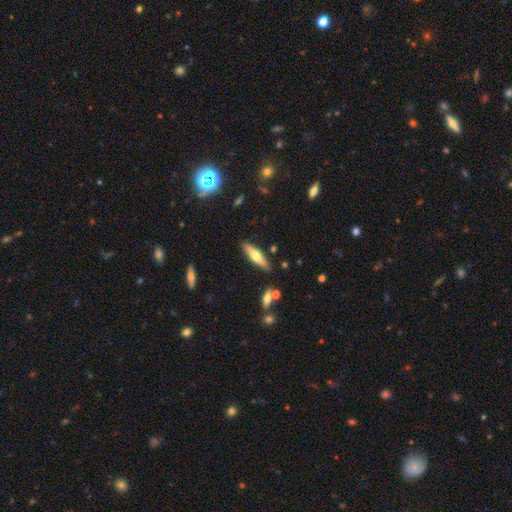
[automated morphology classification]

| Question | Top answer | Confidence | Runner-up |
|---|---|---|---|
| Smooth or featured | smooth | 58% | featured or disk (36%) |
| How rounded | cigar-shaped | 71% | in between (28%) |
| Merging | none | 85% | minor disturbance (10%) |